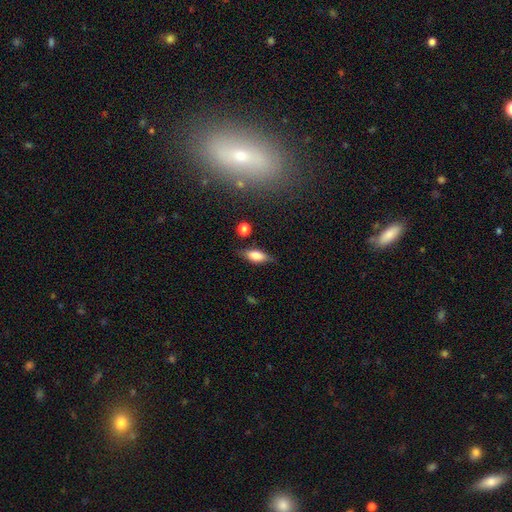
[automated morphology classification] Overall: smooth (69%). How rounded: in between (78%). Merging: none (74%).